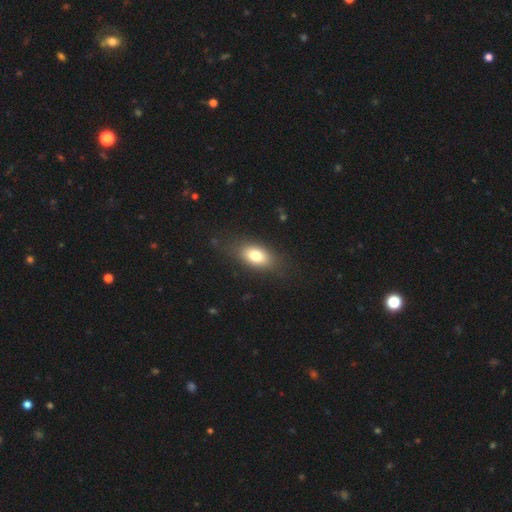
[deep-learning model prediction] Smooth or featured?
  - smooth: 77% *
  - featured or disk: 15%
  - star or artifact: 8%
How rounded?
  - in between: 86% *
  - round: 9%
  - cigar-shaped: 5%
Merging?
  - none: 80% *
  - minor disturbance: 14%
  - major disturbance: 5%
  - merger: 1%